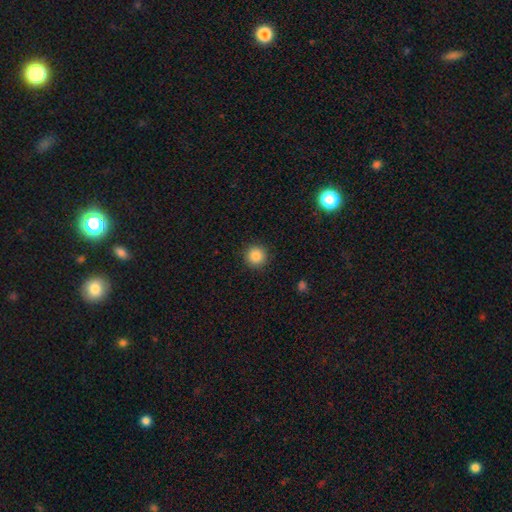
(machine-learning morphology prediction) Smooth or featured? smooth (86%)
How rounded? round (95%)
Merging? none (92%)